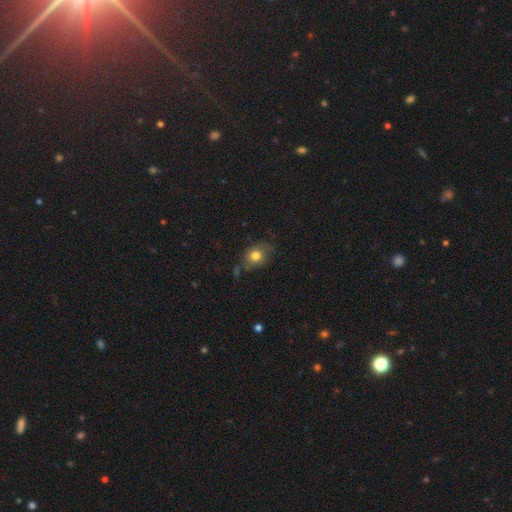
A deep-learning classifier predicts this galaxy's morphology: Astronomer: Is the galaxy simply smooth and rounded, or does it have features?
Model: smooth — 76%.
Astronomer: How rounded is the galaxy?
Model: round — 51% (runner-up: in between, 48%).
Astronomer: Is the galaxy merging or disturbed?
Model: none — 60%.